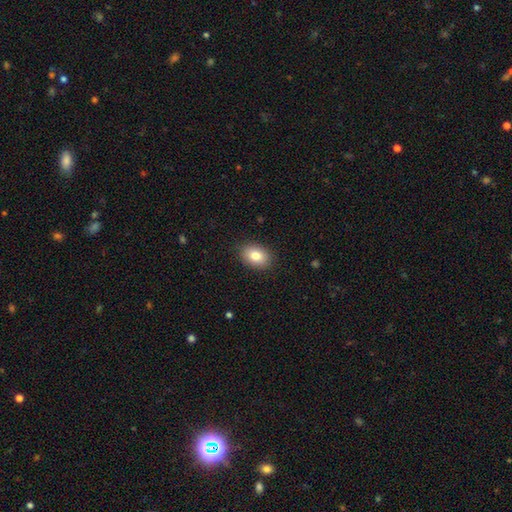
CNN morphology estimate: smooth-or-featured: smooth: 82% | featured or disk: 10% | star or artifact: 8%
  how-rounded: in between: 79% | round: 20% | cigar-shaped: 1%
  merging: none: 88% | minor disturbance: 8% | major disturbance: 2% | merger: 1%